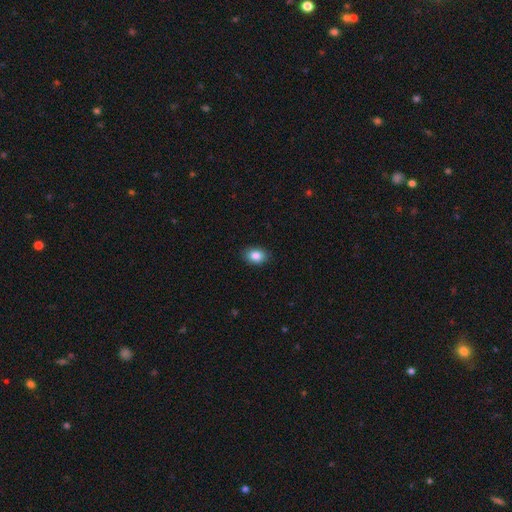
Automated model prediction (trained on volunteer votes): Smooth or featured?
  - smooth: 86% *
  - star or artifact: 8%
  - featured or disk: 6%
How rounded?
  - in between: 75% *
  - round: 24%
  - cigar-shaped: 1%
Merging?
  - none: 88% *
  - minor disturbance: 9%
  - major disturbance: 2%
  - merger: 1%